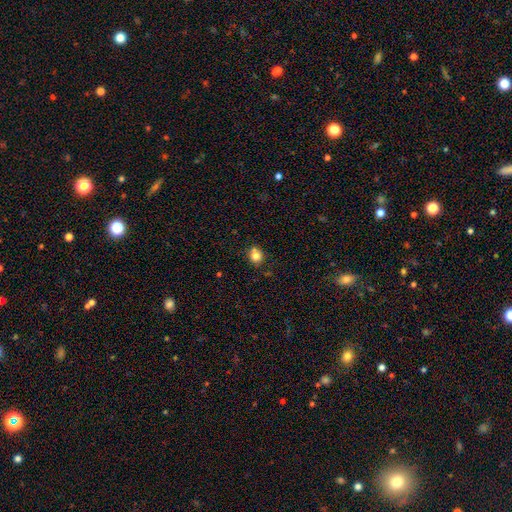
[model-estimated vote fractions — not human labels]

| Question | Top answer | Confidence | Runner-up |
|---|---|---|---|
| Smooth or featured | smooth | 81% | star or artifact (12%) |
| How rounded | round | 78% | in between (21%) |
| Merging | none | 69% | minor disturbance (15%) |